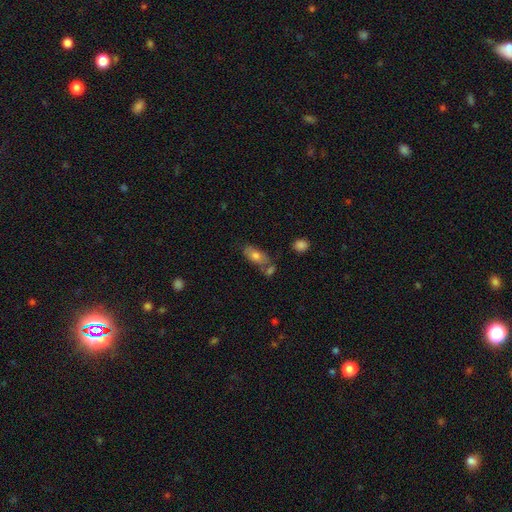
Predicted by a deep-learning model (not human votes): Smooth or featured? Predicted: smooth (p=0.71). How rounded? Predicted: in between (p=0.87). Merging? Predicted: none (p=0.54).